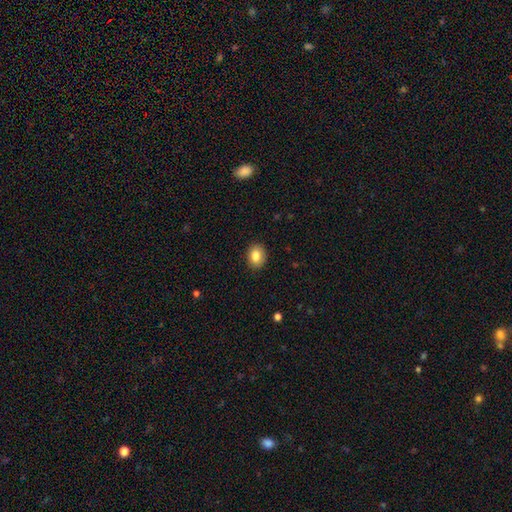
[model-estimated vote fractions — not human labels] Smooth or featured? Predicted: smooth (p=0.83). How rounded? Predicted: in between (p=0.54). Merging? Predicted: none (p=0.89).